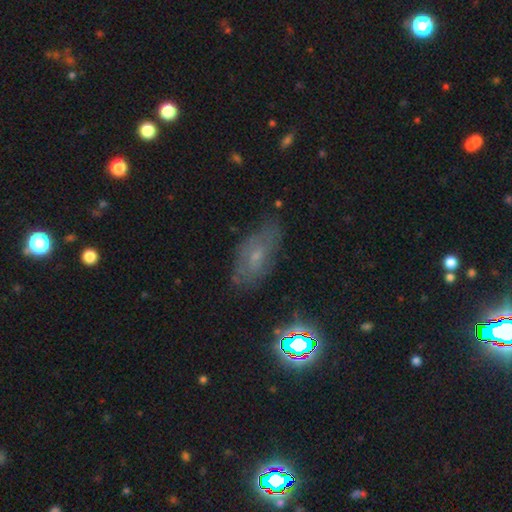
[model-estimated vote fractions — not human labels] Smooth or featured?
  - featured or disk: 42% *
  - smooth: 39%
  - star or artifact: 19%
Merging?
  - none: 69% *
  - minor disturbance: 22%
  - major disturbance: 7%
  - merger: 2%